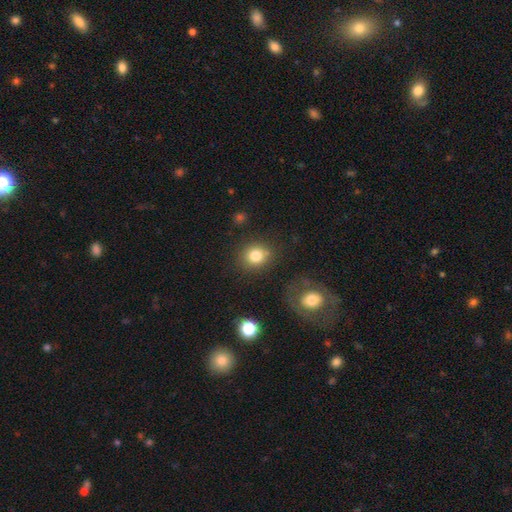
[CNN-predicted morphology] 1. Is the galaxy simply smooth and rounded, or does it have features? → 80% smooth, 11% star or artifact, 8% featured or disk.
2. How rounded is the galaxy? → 77% round, 23% in between, 1% cigar-shaped.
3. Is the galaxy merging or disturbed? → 76% none, 13% minor disturbance, 6% merger, 5% major disturbance.